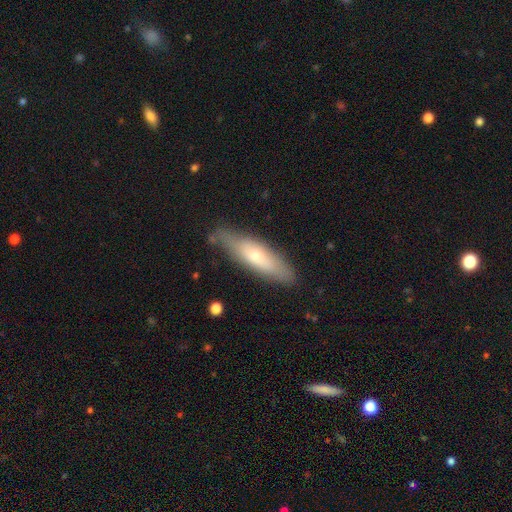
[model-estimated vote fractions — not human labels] smooth-or-featured: smooth: 57% | featured or disk: 36% | star or artifact: 6%
  how-rounded: cigar-shaped: 62% | in between: 36% | round: 2%
  merging: none: 76% | minor disturbance: 18% | major disturbance: 4% | merger: 2%